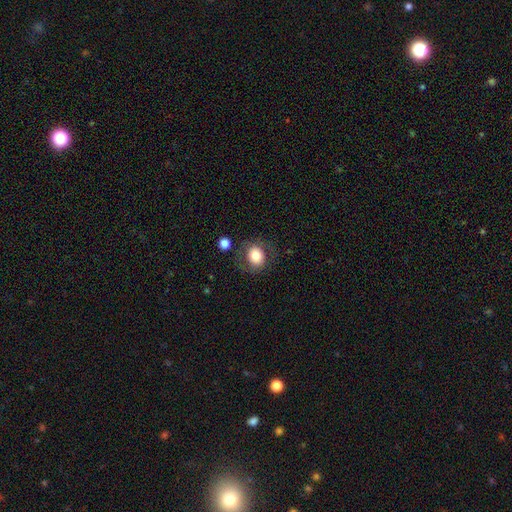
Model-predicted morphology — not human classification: This appears to be a smooth galaxy with no disk features (75%) that is round (66%). Merging: none (75%).